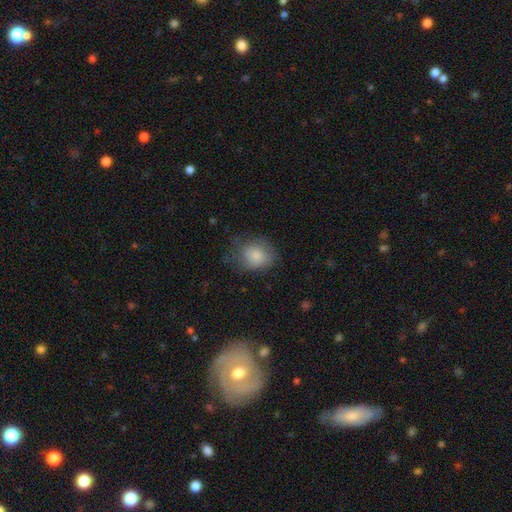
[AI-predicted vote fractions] This is clearly a smooth galaxy (81%). How rounded: likely round (62%). Merging: possibly none (56%).